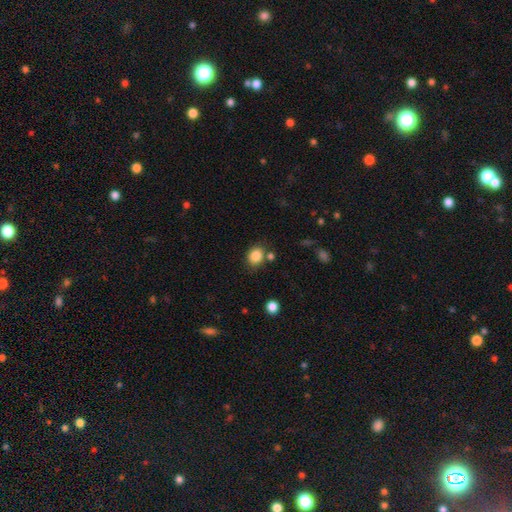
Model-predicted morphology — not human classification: Smooth or featured? Predicted: smooth (p=0.85). How rounded? Predicted: round (p=0.61). Merging? Predicted: none (p=0.75).